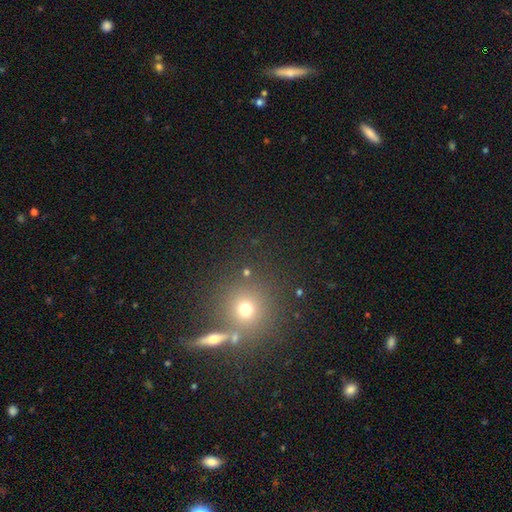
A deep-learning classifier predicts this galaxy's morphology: This appears to be a smooth galaxy with no disk features (49%). Merging: none (68%).